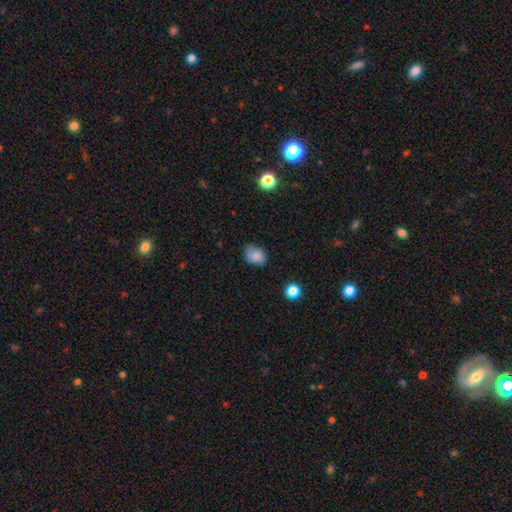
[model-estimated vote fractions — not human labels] smooth-or-featured: smooth: 81% | star or artifact: 10% | featured or disk: 9%
  how-rounded: in between: 73% | round: 26% | cigar-shaped: 1%
  merging: none: 57% | minor disturbance: 33% | major disturbance: 8% | merger: 2%